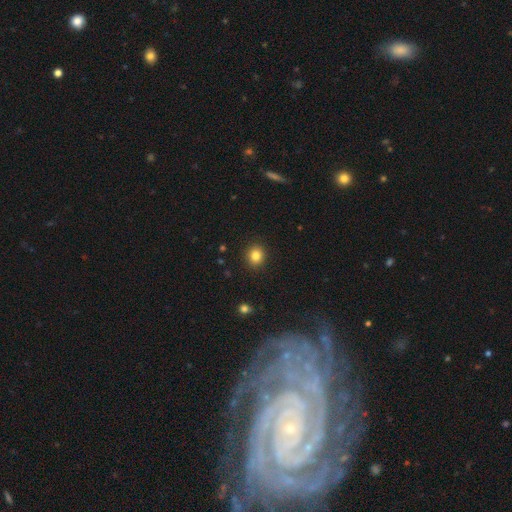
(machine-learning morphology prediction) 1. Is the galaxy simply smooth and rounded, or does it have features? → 83% smooth, 11% star or artifact, 5% featured or disk.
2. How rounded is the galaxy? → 83% round, 16% in between, 1% cigar-shaped.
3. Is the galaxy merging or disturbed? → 91% none, 6% minor disturbance, 2% major disturbance, 1% merger.